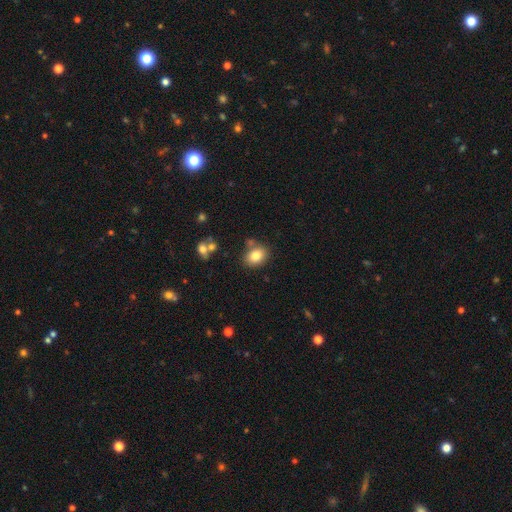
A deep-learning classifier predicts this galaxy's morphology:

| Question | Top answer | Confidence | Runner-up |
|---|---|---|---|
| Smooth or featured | smooth | 82% | star or artifact (9%) |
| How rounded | in between | 62% | round (37%) |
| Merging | none | 74% | minor disturbance (14%) |